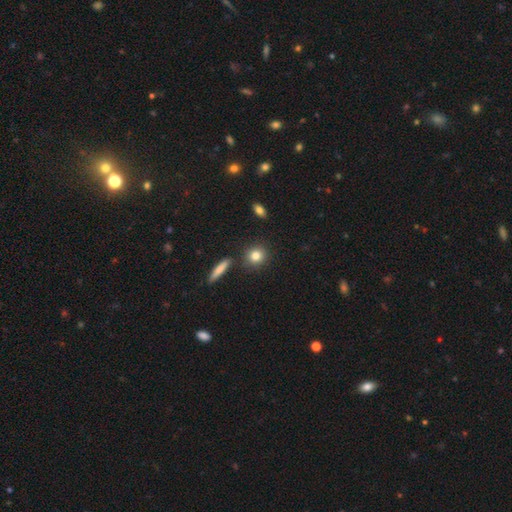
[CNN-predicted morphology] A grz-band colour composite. It shows a smooth galaxy with no disk features (82%) that is round (80%). Merging: none (84%).